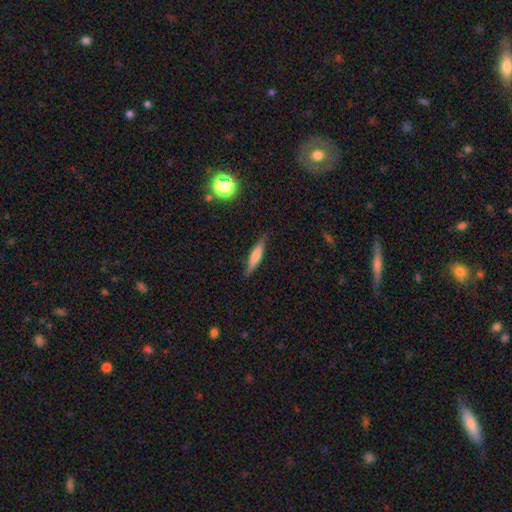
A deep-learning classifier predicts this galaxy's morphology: Smooth or featured? Predicted: smooth (p=0.56). How rounded? Predicted: cigar-shaped (p=0.86). Merging? Predicted: none (p=0.85).